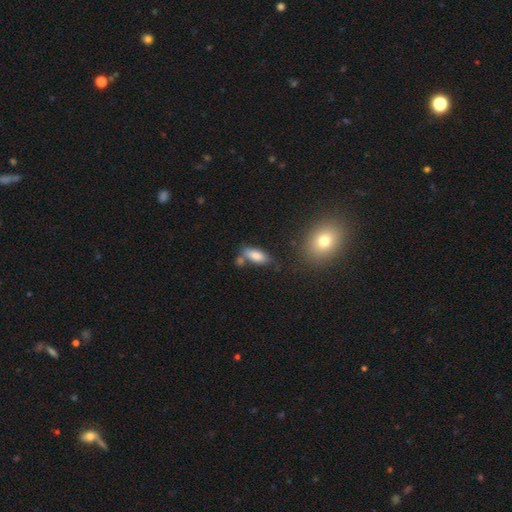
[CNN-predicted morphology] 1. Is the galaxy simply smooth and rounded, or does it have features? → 81% smooth, 11% featured or disk, 8% star or artifact.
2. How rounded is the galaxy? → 81% in between, 16% cigar-shaped, 3% round.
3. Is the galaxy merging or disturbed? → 62% none, 17% minor disturbance, 16% merger, 5% major disturbance.